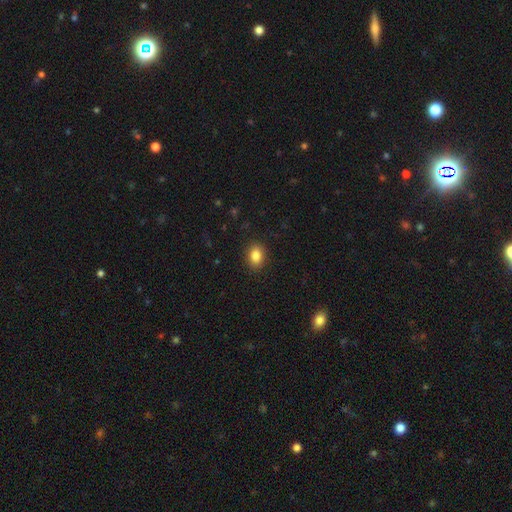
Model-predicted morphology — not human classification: Smooth or featured?
  - smooth: 85% *
  - star or artifact: 9%
  - featured or disk: 5%
How rounded?
  - in between: 70% *
  - round: 29%
  - cigar-shaped: 1%
Merging?
  - none: 89% *
  - minor disturbance: 8%
  - major disturbance: 2%
  - merger: 1%